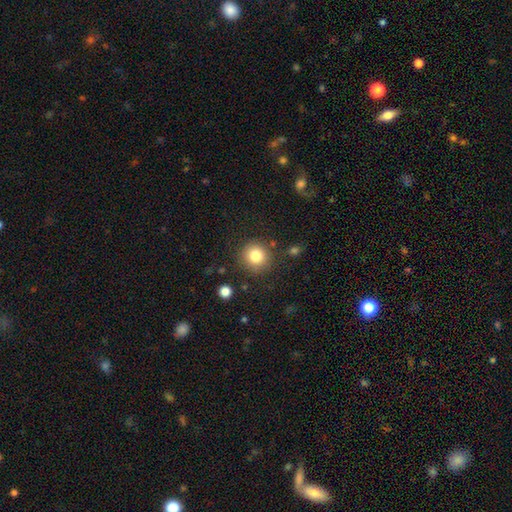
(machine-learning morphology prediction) Overall: smooth (82%). How rounded: round (92%). Merging: none (86%).